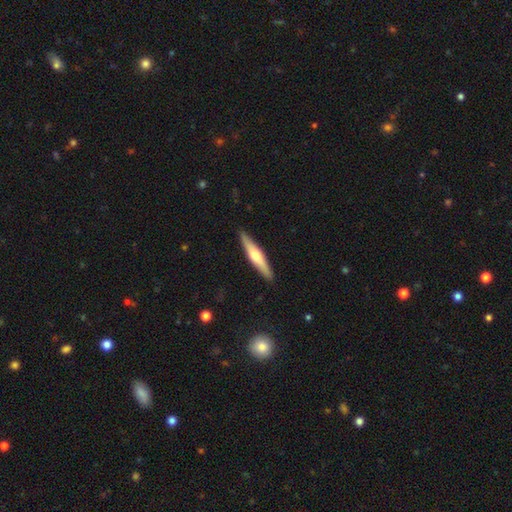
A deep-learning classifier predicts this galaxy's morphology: smooth-or-featured: featured or disk: 51% | smooth: 44% | star or artifact: 5%
  disk-edge-on: yes: 95% | no: 5%
  merging: none: 91% | minor disturbance: 7% | major disturbance: 1% | merger: 1%